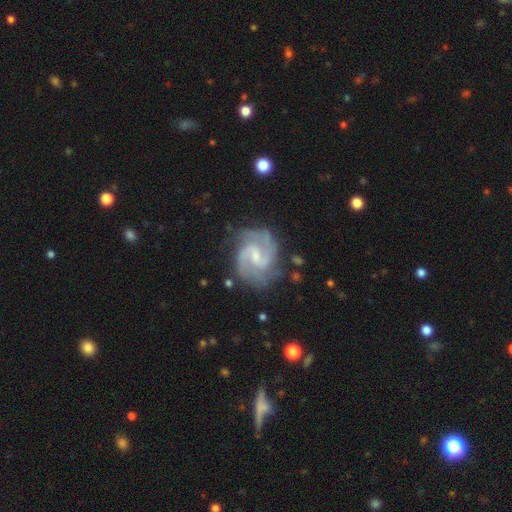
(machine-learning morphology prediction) Smooth or featured? Predicted: featured or disk (p=0.91). Edge-on disk? Predicted: no (p=0.98). Bar? Predicted: weak (p=0.61). Spiral arms? Predicted: yes (p=0.98). Spiral winding? Predicted: medium (p=0.57). Spiral arm count? Predicted: 2 (p=0.74). Bulge size? Predicted: small (p=0.63). Merging? Predicted: none (p=0.73).